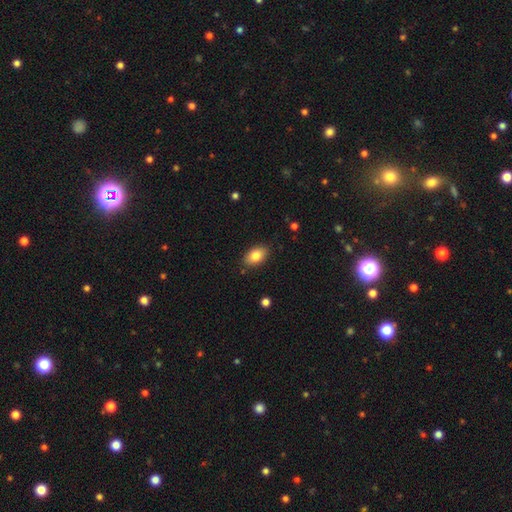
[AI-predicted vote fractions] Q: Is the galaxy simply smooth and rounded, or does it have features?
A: smooth — 83%.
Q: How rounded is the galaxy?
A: in between — 89%.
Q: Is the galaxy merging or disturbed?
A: none — 86%.